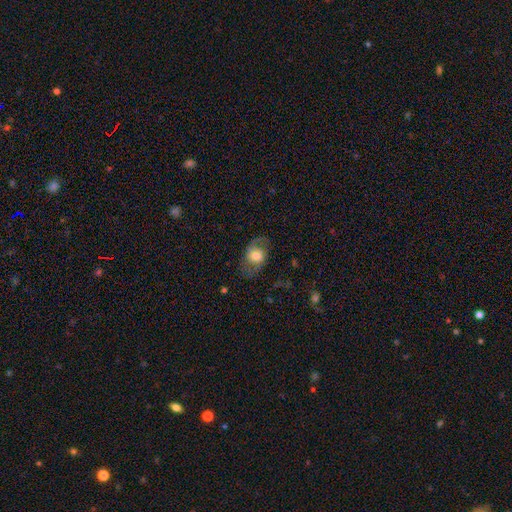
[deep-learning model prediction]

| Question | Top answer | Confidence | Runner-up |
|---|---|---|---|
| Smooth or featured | smooth | 51% | featured or disk (41%) |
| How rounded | in between | 64% | round (34%) |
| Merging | none | 66% | minor disturbance (19%) |